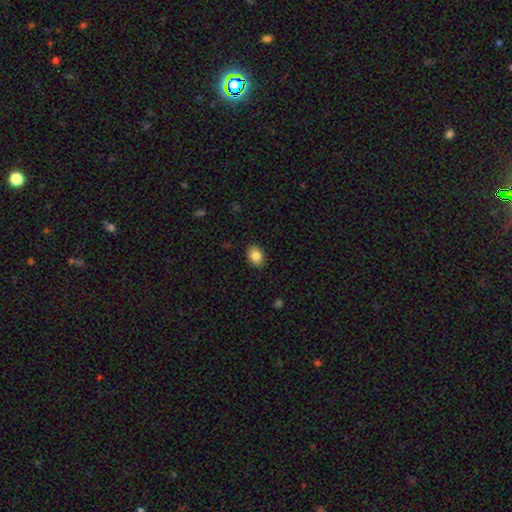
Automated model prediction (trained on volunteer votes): The model was most divided on "how rounded": in between: 65%, round: 34%, cigar-shaped: 1%. More confident: merging — none (89%); smooth or featured — smooth (84%).